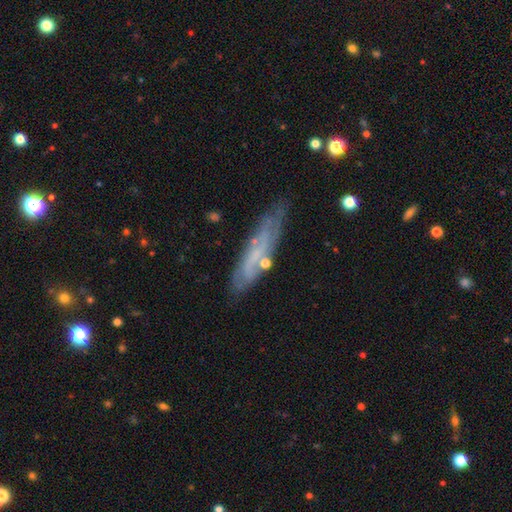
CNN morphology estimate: A featured or disk galaxy (57%). Merging: none (67%).